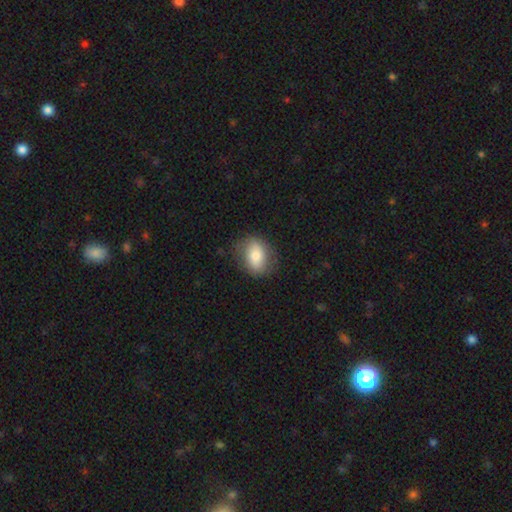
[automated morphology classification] Smooth or featured: smooth — 72% (featured or disk — 20%)
How rounded: in between — 66% (round — 32%)
Merging: none — 79% (minor disturbance — 15%)